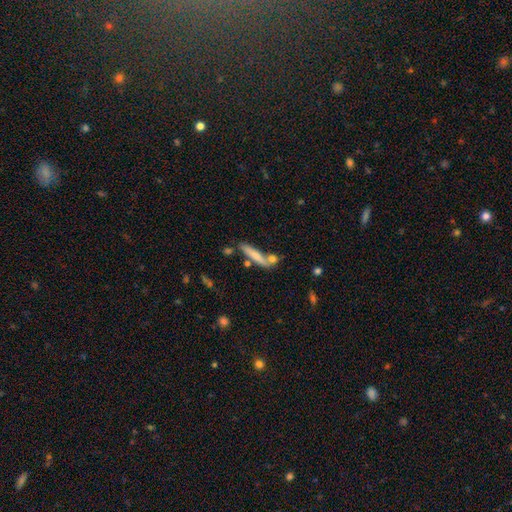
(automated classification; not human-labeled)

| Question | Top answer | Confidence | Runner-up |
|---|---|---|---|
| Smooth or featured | smooth | 66% | featured or disk (27%) |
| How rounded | cigar-shaped | 89% | in between (9%) |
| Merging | none | 63% | merger (18%) |